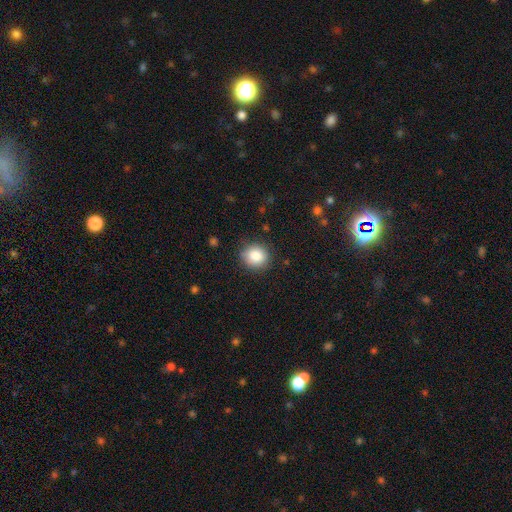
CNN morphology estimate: This is clearly a smooth galaxy (85%). How rounded: clearly round (86%). Merging: clearly none (85%).